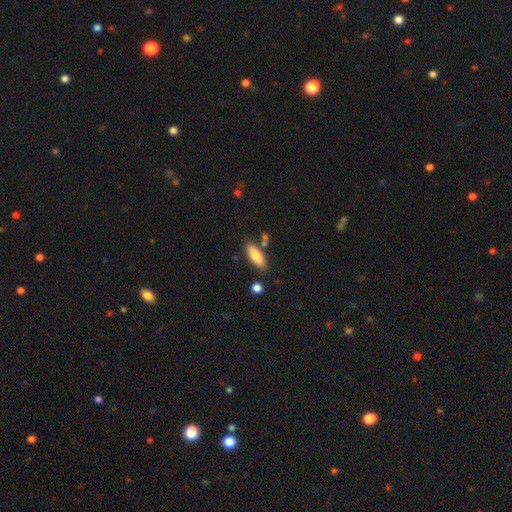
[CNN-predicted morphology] This appears to be a smooth galaxy with no disk features (84%) that is in between round and cigar-shaped (71%). Merging: none (78%).